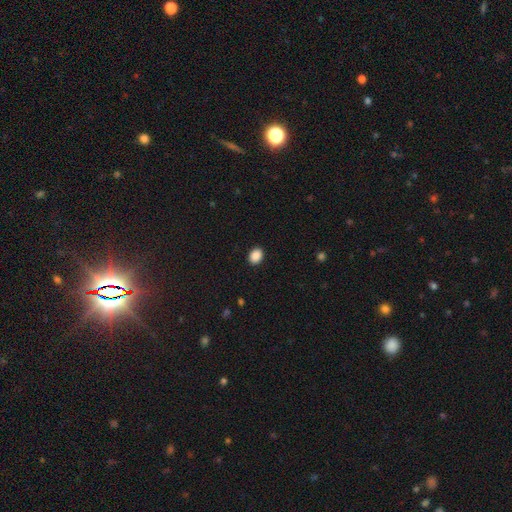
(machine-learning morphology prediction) The model was most divided on "how rounded": in between: 65%, round: 34%, cigar-shaped: 1%. More confident: merging — none (91%); smooth or featured — smooth (89%).